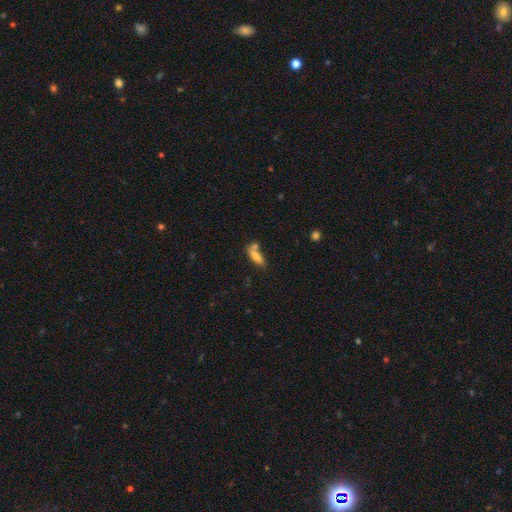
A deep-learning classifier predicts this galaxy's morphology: Smooth or featured? smooth (72%)
How rounded? in between (60%)
Merging? merger (41%)